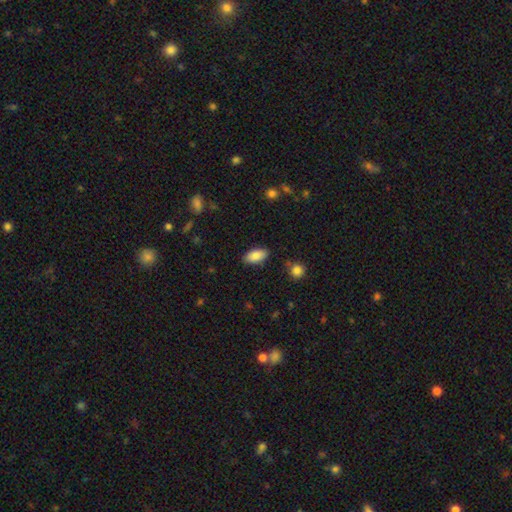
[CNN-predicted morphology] A smooth galaxy with no disk features (86%) that is in between round and cigar-shaped (92%). Merging: none (86%).